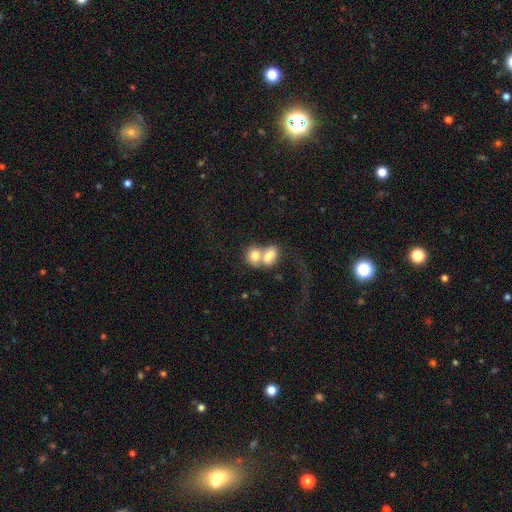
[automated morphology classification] Overall: smooth (75%). How rounded: in between (59%; round 39%). Merging: merger (73%).